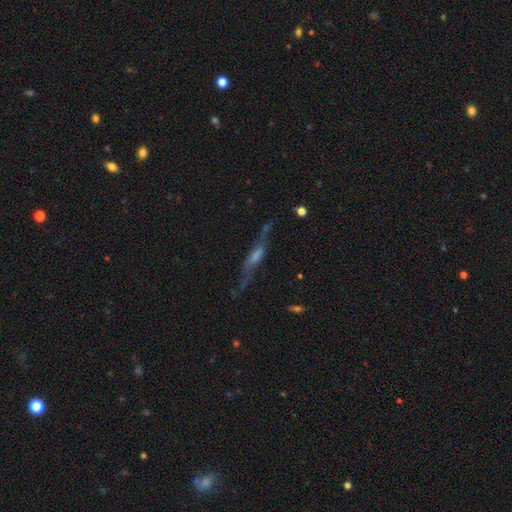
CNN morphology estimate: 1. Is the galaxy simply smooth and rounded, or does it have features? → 60% featured or disk, 31% smooth, 10% star or artifact.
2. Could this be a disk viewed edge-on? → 67% yes, 33% no.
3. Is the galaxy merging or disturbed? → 50% none, 24% minor disturbance, 21% major disturbance, 5% merger.